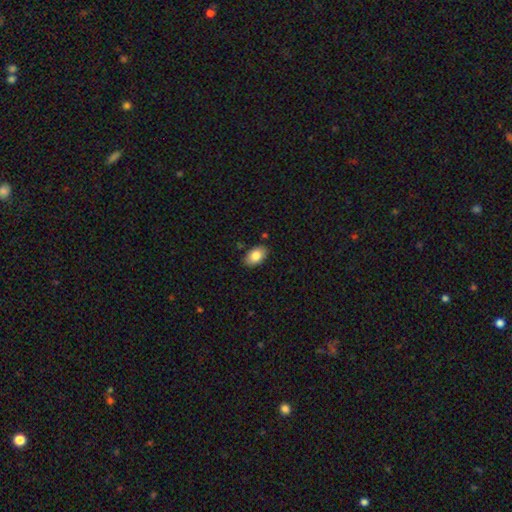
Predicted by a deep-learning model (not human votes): Smooth or featured?
  - smooth: 84% *
  - featured or disk: 9%
  - star or artifact: 7%
How rounded?
  - in between: 90% *
  - round: 8%
  - cigar-shaped: 1%
Merging?
  - none: 85% *
  - minor disturbance: 11%
  - major disturbance: 2%
  - merger: 2%